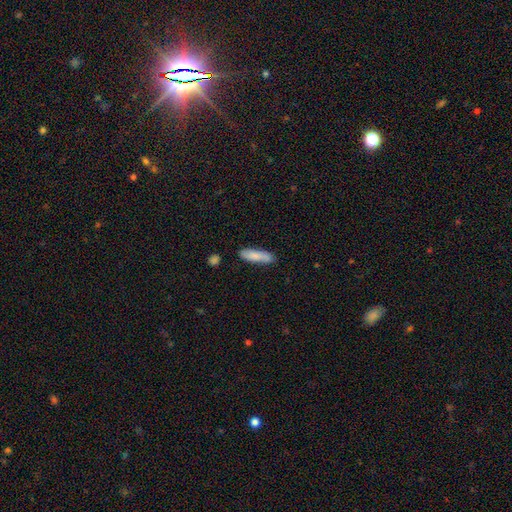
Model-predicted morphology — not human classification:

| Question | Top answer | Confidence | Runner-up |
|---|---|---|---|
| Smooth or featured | smooth | 84% | featured or disk (10%) |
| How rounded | cigar-shaped | 66% | in between (33%) |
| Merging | none | 81% | minor disturbance (14%) |